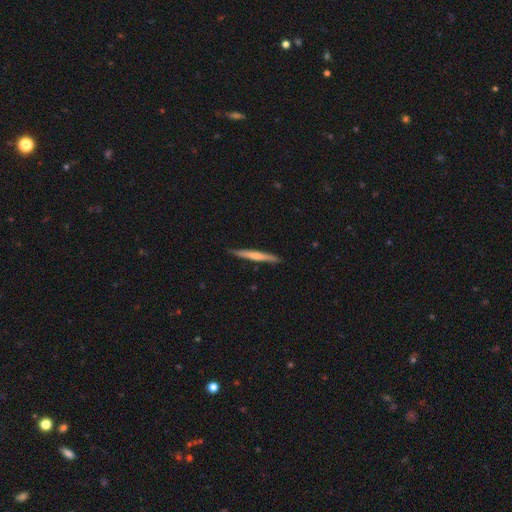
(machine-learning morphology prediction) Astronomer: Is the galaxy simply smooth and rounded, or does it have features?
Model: smooth — 53% (runner-up: featured or disk, 42%).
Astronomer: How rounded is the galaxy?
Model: cigar-shaped — 96%.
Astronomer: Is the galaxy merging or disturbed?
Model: none — 88%.